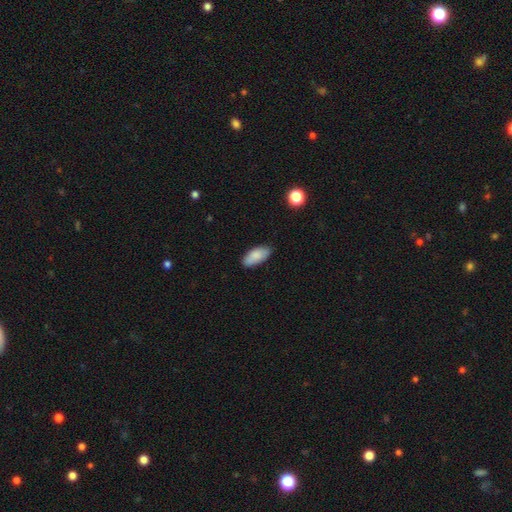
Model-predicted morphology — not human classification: type=smooth (86%); roundness=in between (90%); merging=none (82%).